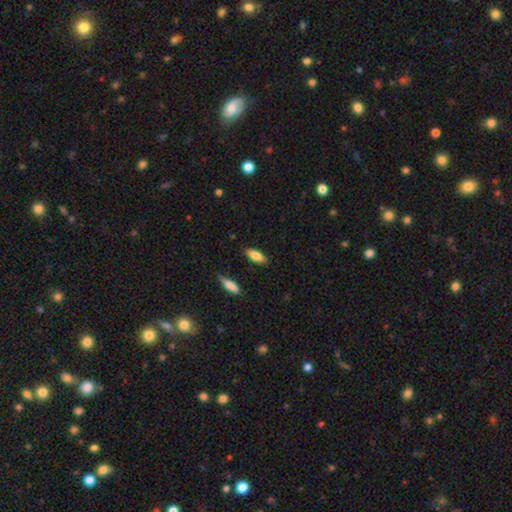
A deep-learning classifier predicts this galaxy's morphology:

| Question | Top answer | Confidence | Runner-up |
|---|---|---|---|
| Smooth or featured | smooth | 76% | featured or disk (17%) |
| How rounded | in between | 72% | cigar-shaped (25%) |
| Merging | none | 85% | minor disturbance (11%) |